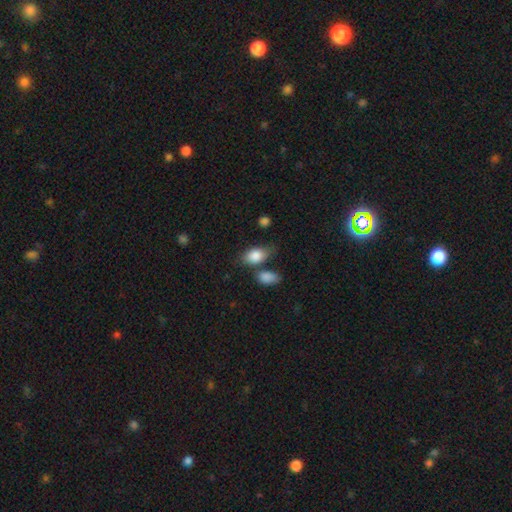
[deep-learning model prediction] smooth 86%, featured or disk 8%, star or artifact 7%. Down the decision tree: how rounded — in between (88%); merging — none (57%).